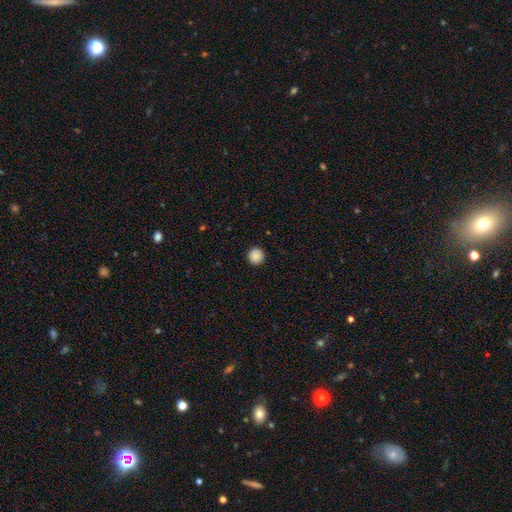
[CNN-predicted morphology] smooth 89%, star or artifact 9%, featured or disk 3%. Down the decision tree: how rounded — round (95%); merging — none (93%).